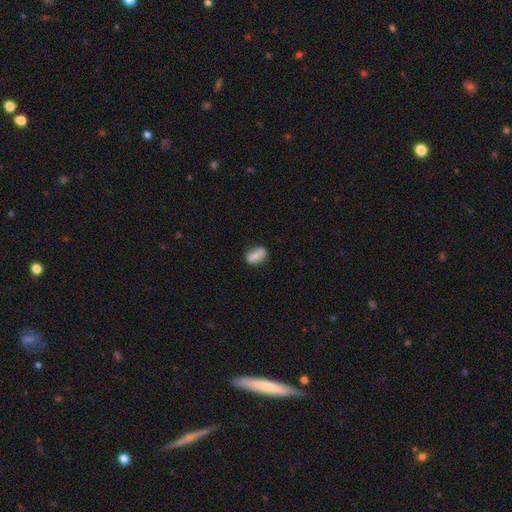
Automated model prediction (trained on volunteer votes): This appears to be a smooth galaxy with no disk features (77%) that is in between round and cigar-shaped (81%). Merging: none (62%).